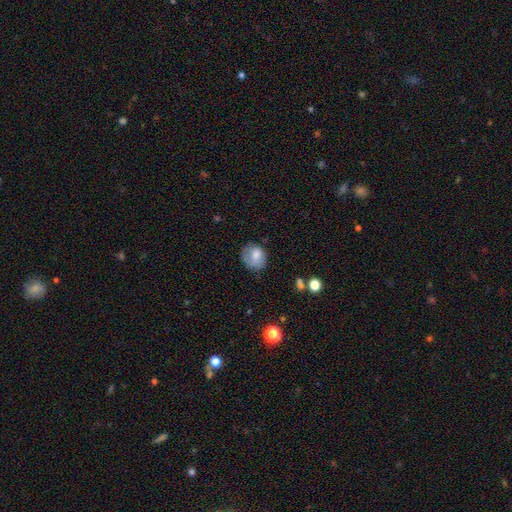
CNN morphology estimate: Overall: smooth (76%). How rounded: round (67%; in between 32%). Merging: none (64%; minor disturbance 25%).